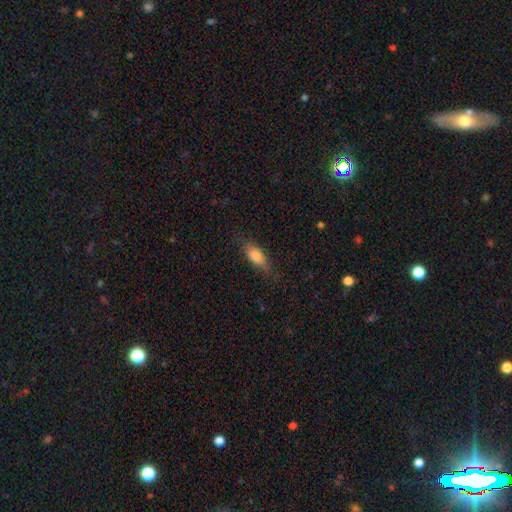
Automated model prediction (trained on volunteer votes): The model was most divided on "how rounded": in between: 71%, cigar-shaped: 26%, round: 3%. More confident: smooth or featured — smooth (78%); merging — none (77%).